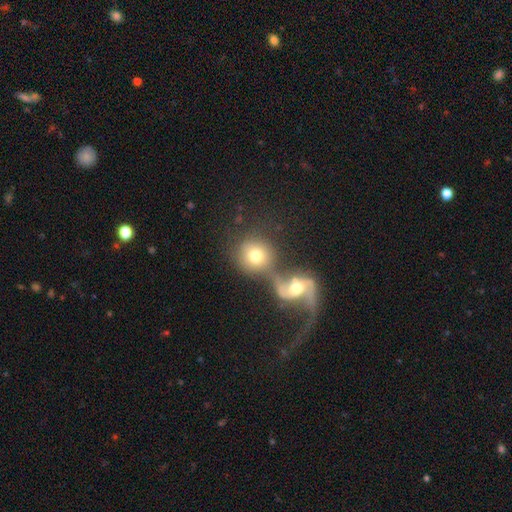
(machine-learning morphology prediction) smooth 67%, featured or disk 24%, star or artifact 9%. Down the decision tree: how rounded — round (86%); merging — merger (50%).